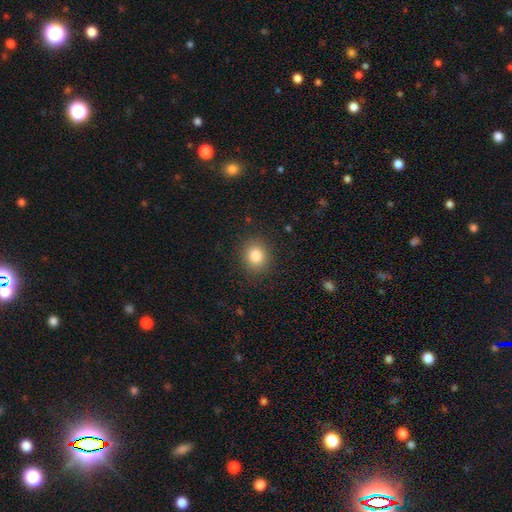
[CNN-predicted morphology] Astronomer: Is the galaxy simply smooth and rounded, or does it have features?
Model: smooth — 83%.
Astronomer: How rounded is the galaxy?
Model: round — 71%.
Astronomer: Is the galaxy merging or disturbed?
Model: none — 89%.